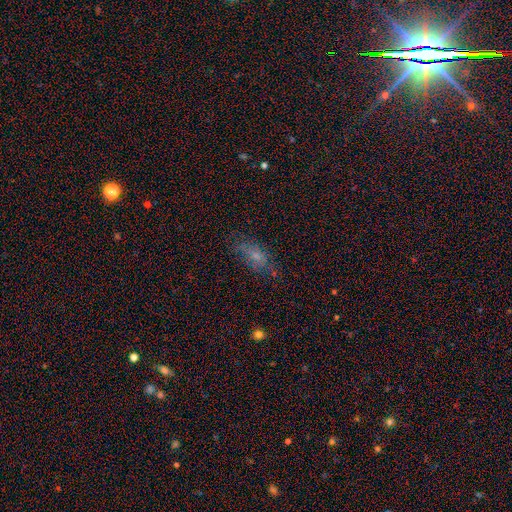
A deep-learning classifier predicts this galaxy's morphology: Q: Smooth or featured?
A: smooth (58%); runner-up: featured or disk (23%)
Q: How rounded?
A: in between (79%); runner-up: cigar-shaped (15%)
Q: Merging?
A: none (61%); runner-up: minor disturbance (24%)